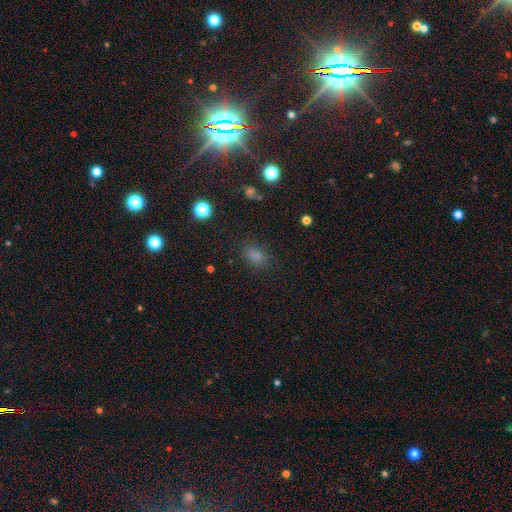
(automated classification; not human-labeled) Overall: smooth (78%). How rounded: in between (78%). Merging: none (80%).